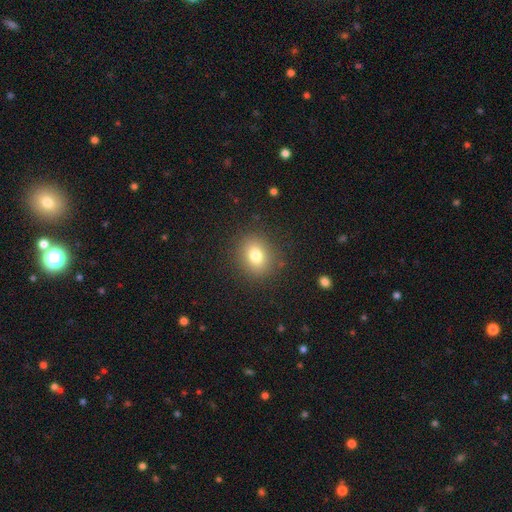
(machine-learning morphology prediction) type=smooth (77%); roundness=round (63%); merging=none (87%).